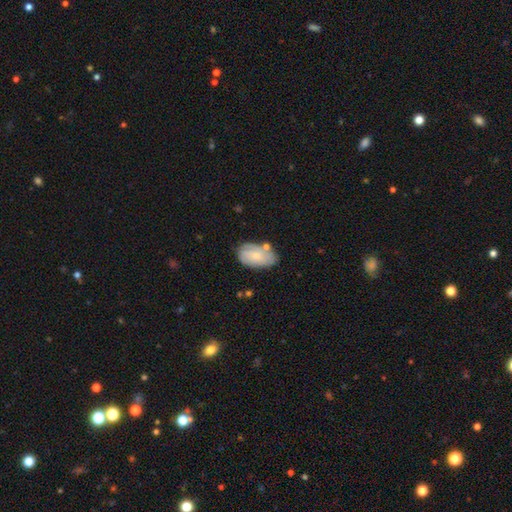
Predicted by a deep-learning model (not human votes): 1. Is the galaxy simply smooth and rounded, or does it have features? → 56% smooth, 37% featured or disk, 7% star or artifact.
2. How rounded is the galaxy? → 91% in between, 7% round, 2% cigar-shaped.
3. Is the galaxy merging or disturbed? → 59% none, 24% minor disturbance, 11% merger, 7% major disturbance.